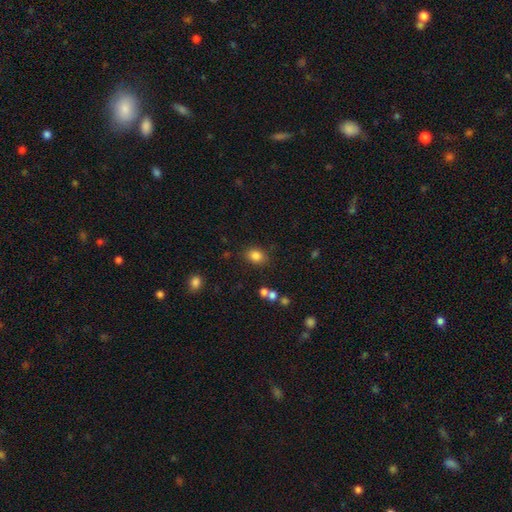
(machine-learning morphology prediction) smooth-or-featured: smooth: 83% | star or artifact: 11% | featured or disk: 6%
  how-rounded: in between: 61% | round: 38% | cigar-shaped: 1%
  merging: none: 81% | minor disturbance: 12% | major disturbance: 4% | merger: 4%